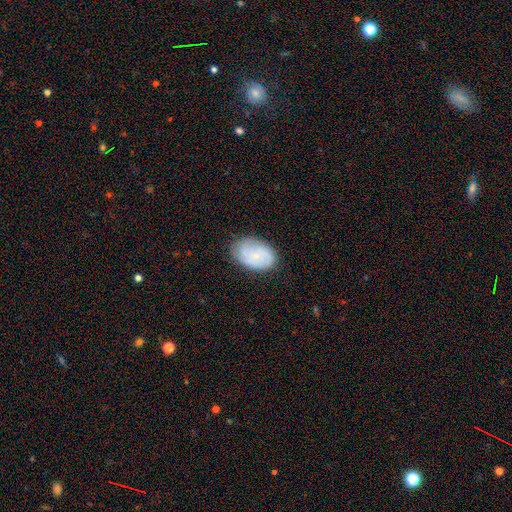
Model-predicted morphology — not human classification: This appears to be a smooth galaxy with no disk features (61%) that is in between round and cigar-shaped (87%). Merging: none (73%).